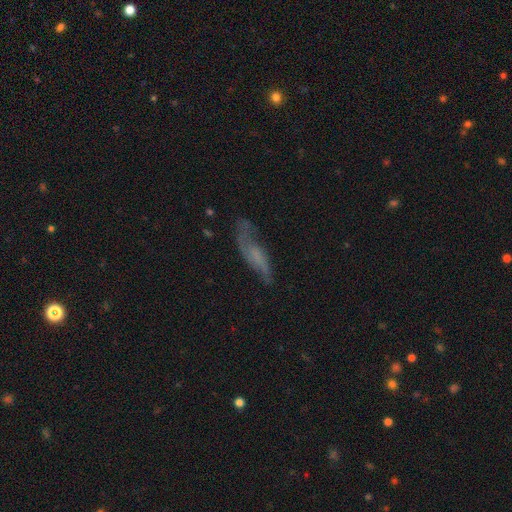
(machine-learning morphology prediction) type=featured or disk (55%); edge-on=no (76%); merging=none (56%).